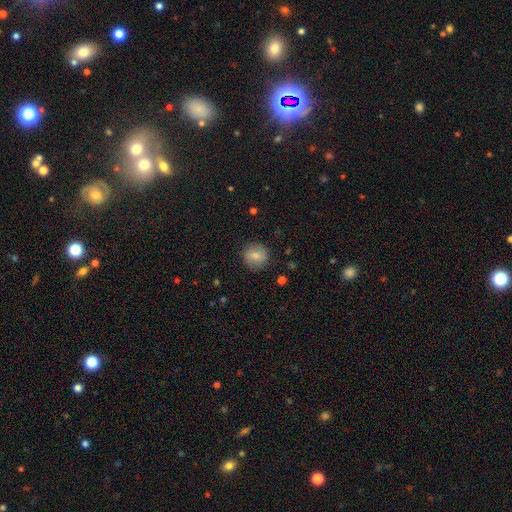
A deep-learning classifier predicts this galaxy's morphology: A smooth galaxy with no disk features (79%) that is round (90%). Merging: none (87%).